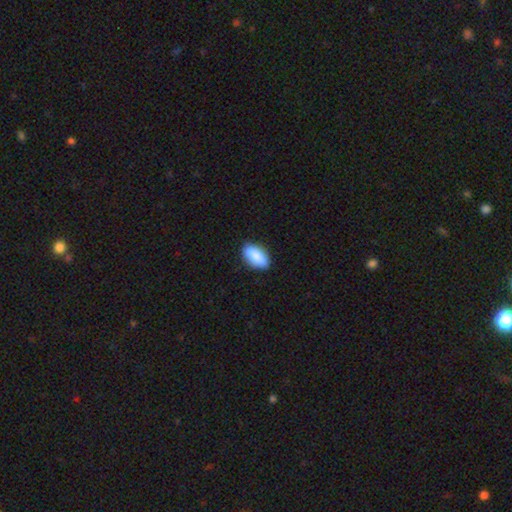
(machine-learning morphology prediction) smooth-or-featured: smooth: 84% | featured or disk: 9% | star or artifact: 6%
  how-rounded: in between: 89% | cigar-shaped: 7% | round: 4%
  merging: none: 83% | minor disturbance: 13% | major disturbance: 2% | merger: 1%